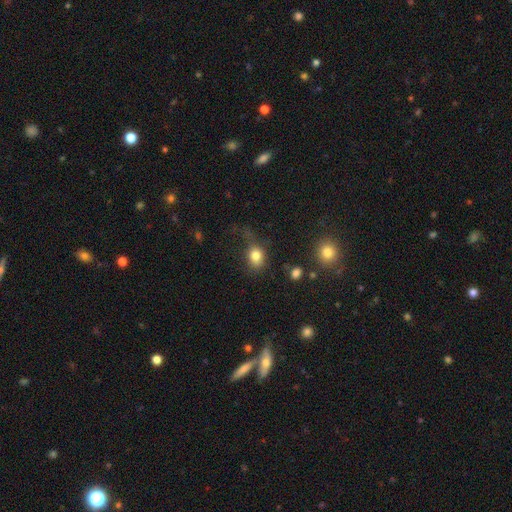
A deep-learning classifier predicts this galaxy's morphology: Q: Smooth or featured?
A: smooth (81%); runner-up: star or artifact (11%)
Q: How rounded?
A: in between (51%); runner-up: round (47%)
Q: Merging?
A: none (55%); runner-up: minor disturbance (24%)